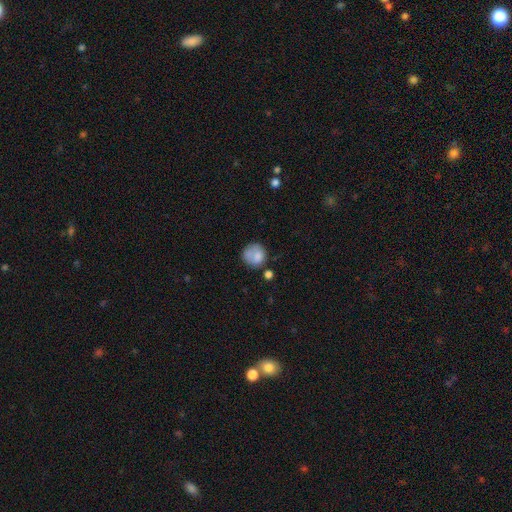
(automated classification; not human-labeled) Smooth or featured: smooth — 77% (featured or disk — 14%)
How rounded: round — 84% (in between — 15%)
Merging: none — 55% (minor disturbance — 22%)